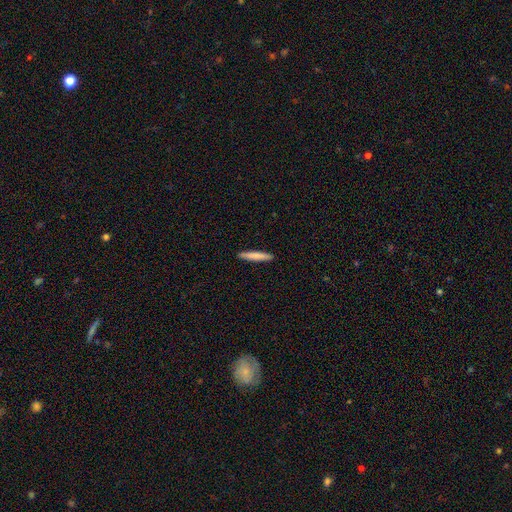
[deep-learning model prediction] smooth-or-featured: smooth: 79% | featured or disk: 16% | star or artifact: 5%
  how-rounded: cigar-shaped: 94% | in between: 5% | round: 1%
  merging: none: 92% | minor disturbance: 5% | major disturbance: 1% | merger: 1%